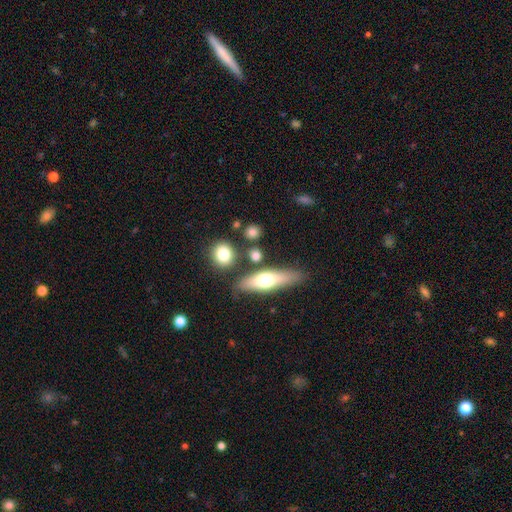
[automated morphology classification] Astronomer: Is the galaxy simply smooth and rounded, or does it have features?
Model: smooth — 66%.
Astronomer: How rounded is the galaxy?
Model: round — 39% (runner-up: cigar-shaped, 32%).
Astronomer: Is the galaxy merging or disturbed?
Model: none — 76%.